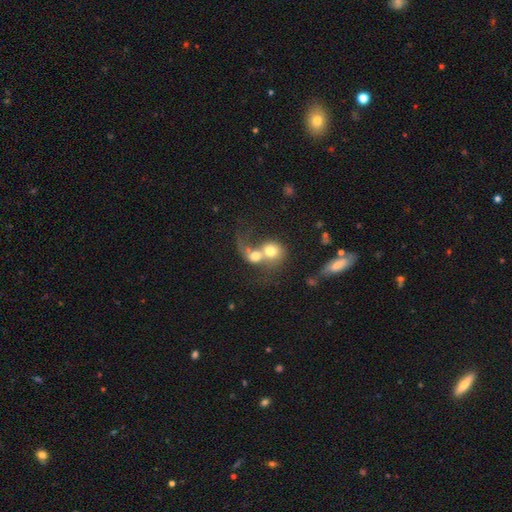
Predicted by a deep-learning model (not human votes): Overall: featured or disk (41%; smooth 35%). Merging: merger (55%; none 23%).